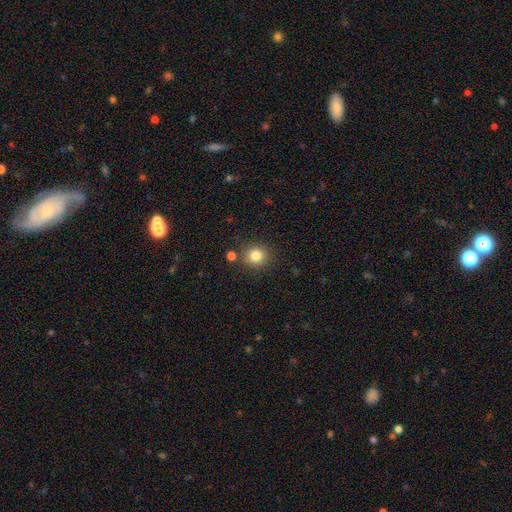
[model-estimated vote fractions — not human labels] Smooth or featured: smooth — 83% (star or artifact — 11%)
How rounded: round — 88% (in between — 11%)
Merging: none — 82% (minor disturbance — 9%)